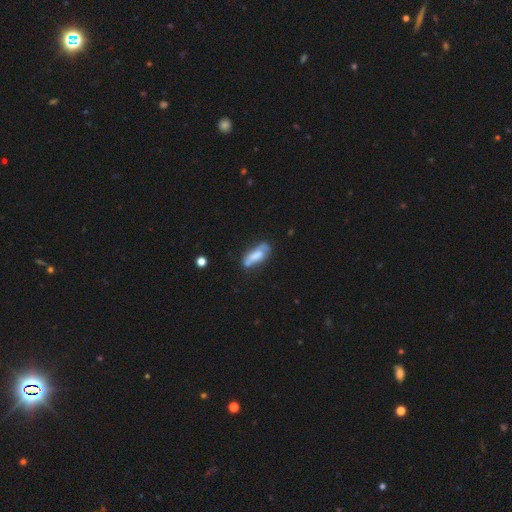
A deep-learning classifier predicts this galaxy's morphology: smooth-or-featured: smooth: 52% | featured or disk: 40% | star or artifact: 8%
  how-rounded: in between: 70% | cigar-shaped: 28% | round: 3%
  merging: none: 45% | minor disturbance: 27% | merger: 15% | major disturbance: 13%